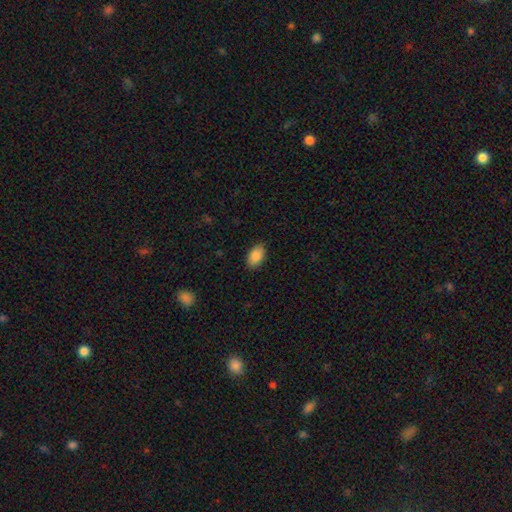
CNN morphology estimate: This is clearly a smooth galaxy (88%). How rounded: clearly in between (92%). Merging: clearly none (86%).